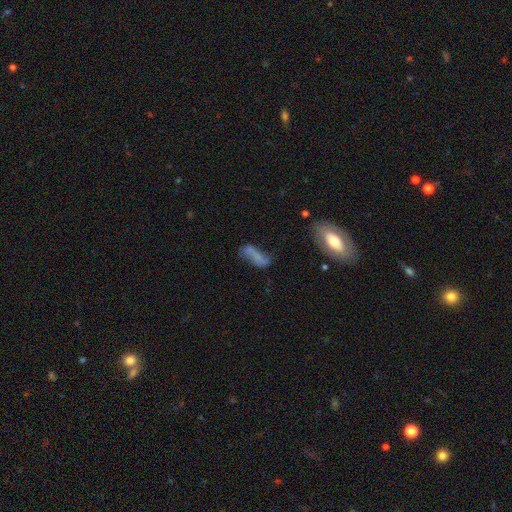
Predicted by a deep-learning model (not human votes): Overall: smooth (53%; featured or disk 34%). How rounded: in between (60%; cigar-shaped 35%). Merging: none (47%; minor disturbance 26%).